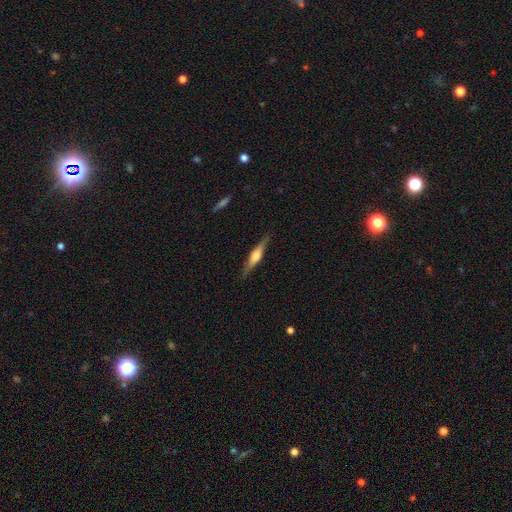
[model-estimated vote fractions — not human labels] smooth-or-featured: featured or disk: 69% | smooth: 26% | star or artifact: 6%
  disk-edge-on: yes: 97% | no: 3%
    edge-on-bulge: rounded: 81% | boxy: 14% | none: 4%
  merging: none: 87% | minor disturbance: 9% | major disturbance: 2% | merger: 1%